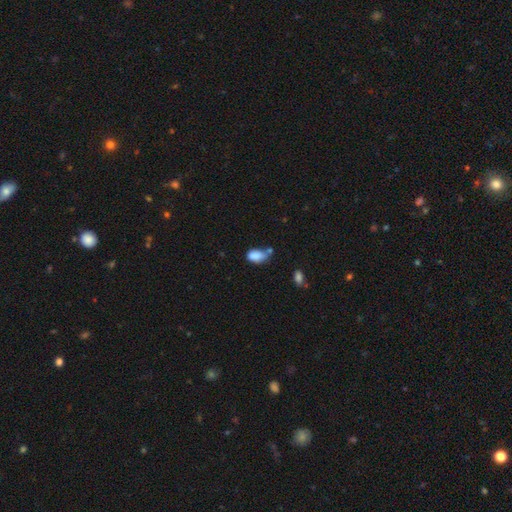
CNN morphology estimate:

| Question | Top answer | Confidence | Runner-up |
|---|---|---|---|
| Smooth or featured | smooth | 83% | star or artifact (9%) |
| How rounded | in between | 90% | round (8%) |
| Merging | none | 37% | minor disturbance (29%) |